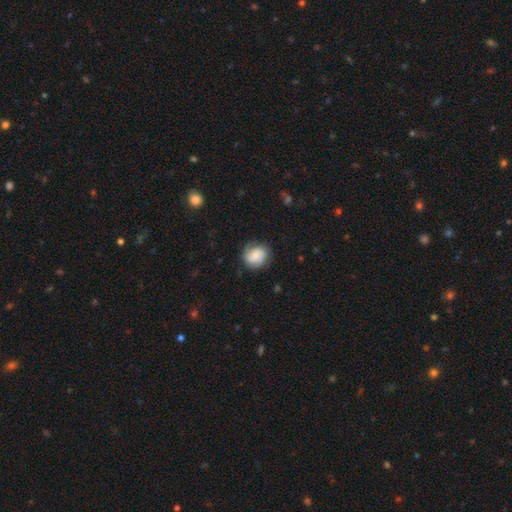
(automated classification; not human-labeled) Morphology: type=smooth (63%); roundness=round (68%); merging=none (74%).